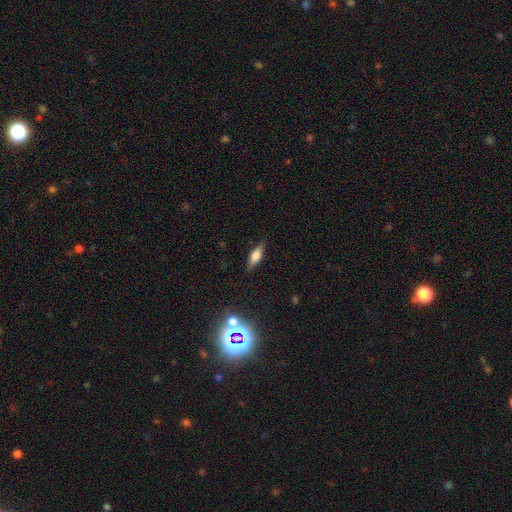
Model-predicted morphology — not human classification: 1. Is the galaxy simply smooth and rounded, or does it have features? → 62% smooth, 28% featured or disk, 10% star or artifact.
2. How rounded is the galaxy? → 63% in between, 34% cigar-shaped, 3% round.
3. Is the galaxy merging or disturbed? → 84% none, 12% minor disturbance, 3% major disturbance, 1% merger.